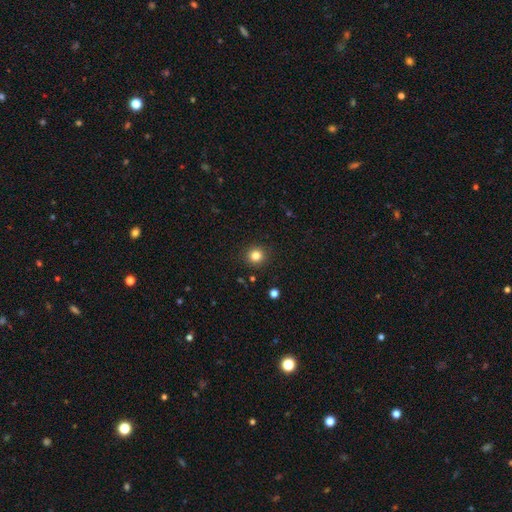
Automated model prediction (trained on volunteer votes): Smooth or featured: smooth — 83% (star or artifact — 12%)
How rounded: round — 93% (in between — 6%)
Merging: none — 92% (minor disturbance — 5%)